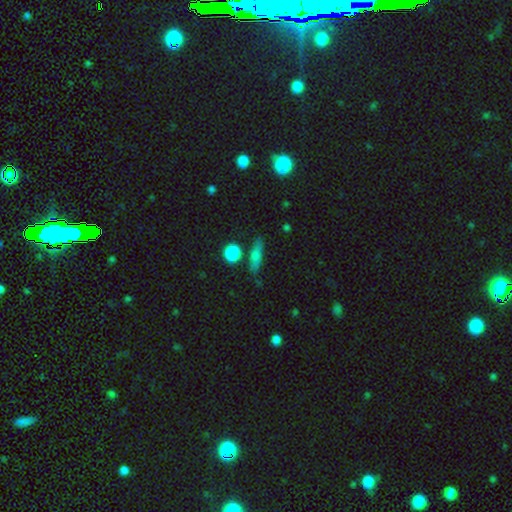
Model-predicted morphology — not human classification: This appears to be a smooth galaxy with no disk features (68%) that is cigar-shaped (64%). Merging: none (79%).